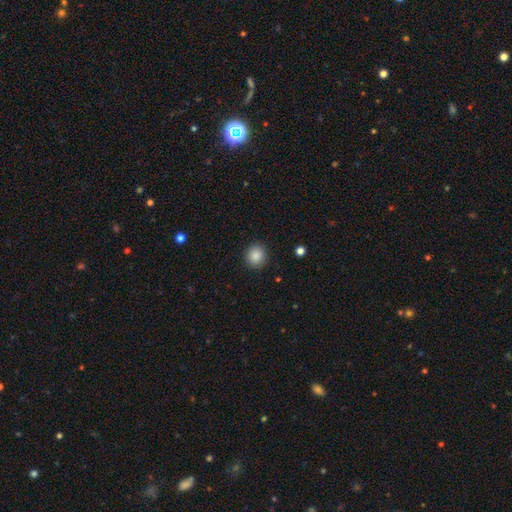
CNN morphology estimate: smooth 87%, star or artifact 9%, featured or disk 4%. Down the decision tree: how rounded — round (85%); merging — none (91%).